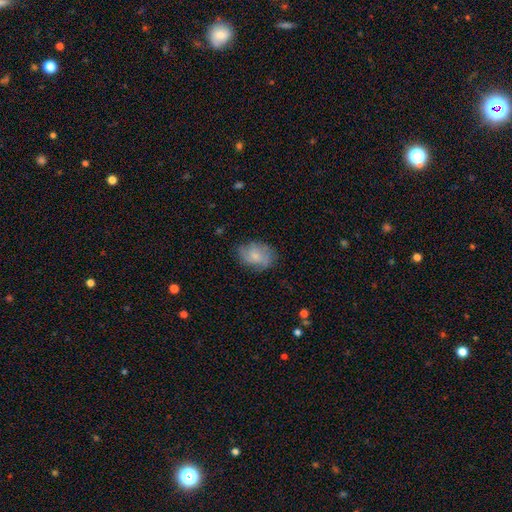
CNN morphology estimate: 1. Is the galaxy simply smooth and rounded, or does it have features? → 64% smooth, 29% featured or disk, 8% star or artifact.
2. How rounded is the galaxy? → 73% in between, 25% round, 1% cigar-shaped.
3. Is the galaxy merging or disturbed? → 68% none, 23% minor disturbance, 7% major disturbance, 1% merger.